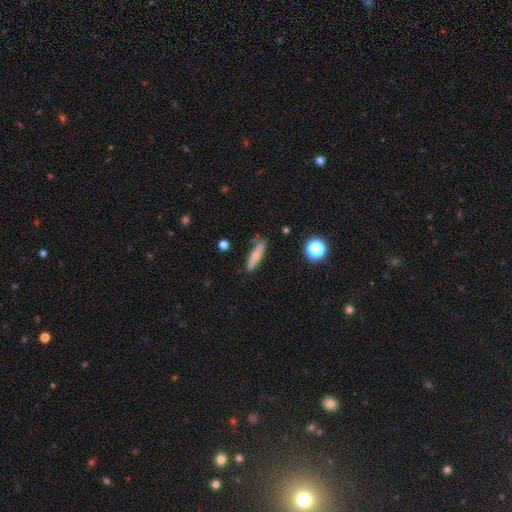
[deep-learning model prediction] Q: Smooth or featured?
A: smooth (68%); runner-up: featured or disk (24%)
Q: How rounded?
A: cigar-shaped (76%); runner-up: in between (21%)
Q: Merging?
A: none (78%); runner-up: minor disturbance (16%)